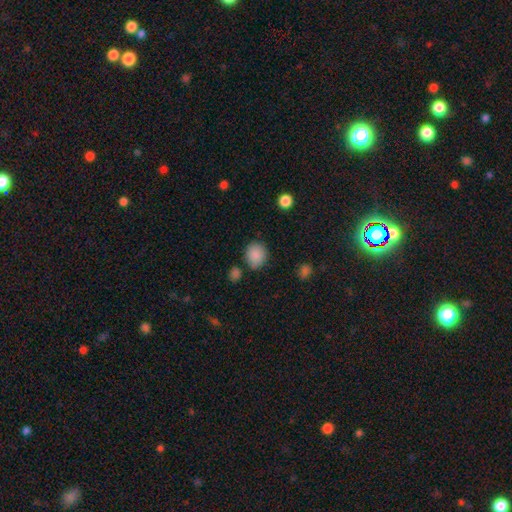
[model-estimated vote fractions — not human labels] Smooth or featured? smooth (87%)
How rounded? round (71%)
Merging? none (77%)